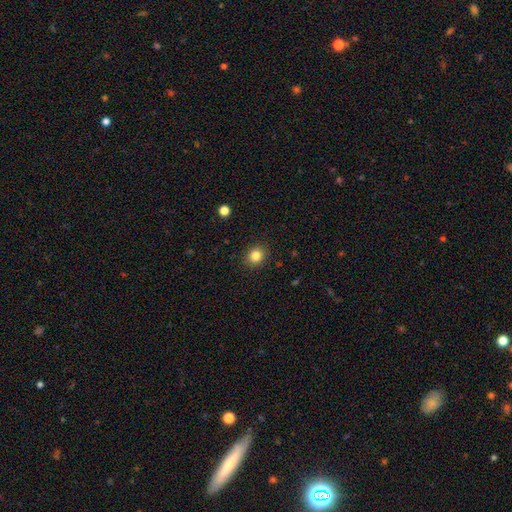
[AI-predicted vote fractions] Morphology: type=smooth (84%); roundness=round (80%); merging=none (90%).